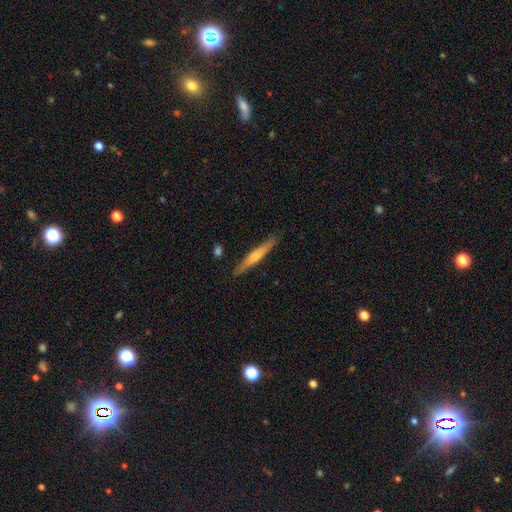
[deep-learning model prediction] smooth_or_featured: smooth (p=0.53) [alt: featured or disk p=0.41]
how_rounded: cigar-shaped (p=0.94) [alt: in between p=0.04]
merging: none (p=0.87) [alt: minor disturbance p=0.10]